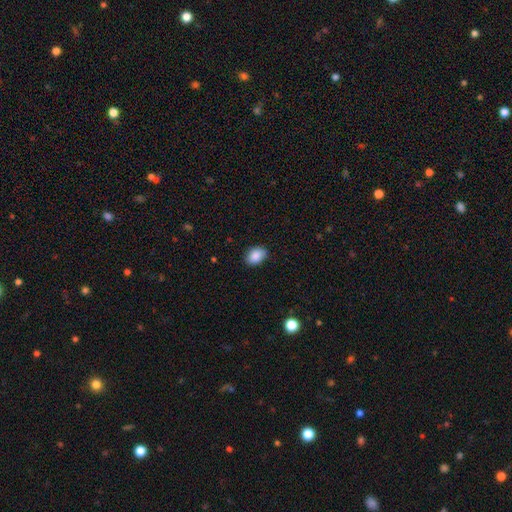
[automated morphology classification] smooth_or_featured: smooth (p=0.89) [alt: star or artifact p=0.07]
how_rounded: in between (p=0.80) [alt: round p=0.19]
merging: none (p=0.86) [alt: minor disturbance p=0.11]